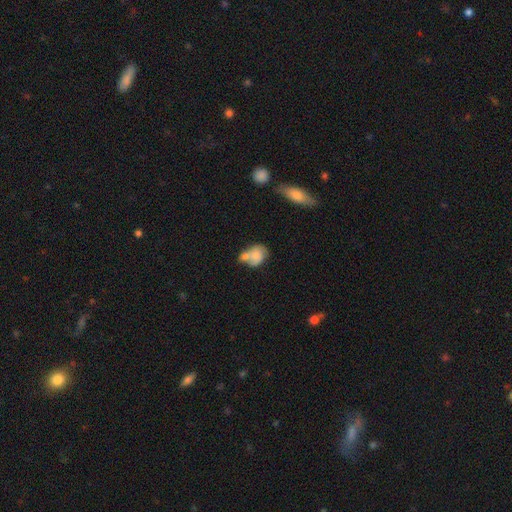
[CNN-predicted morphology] type=smooth (71%); roundness=in between (65%); merging=merger (48%).